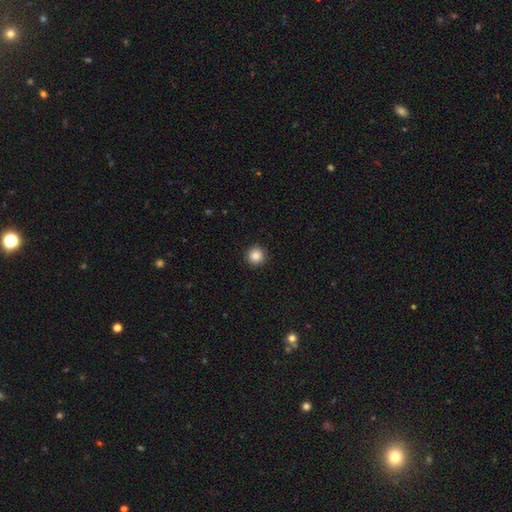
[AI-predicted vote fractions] smooth-or-featured: smooth: 87% | star or artifact: 10% | featured or disk: 4%
  how-rounded: round: 96% | in between: 3% | cigar-shaped: 1%
  merging: none: 93% | minor disturbance: 5% | major disturbance: 2% | merger: 1%